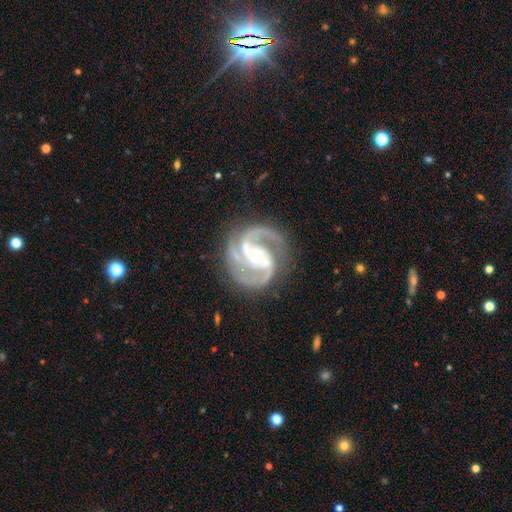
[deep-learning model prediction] A featured or disk galaxy (93%) with a weak bar (36%), 2 (71%) medium (57%) spiral arms (99%) and a moderate central bulge (58%).

Vote fractions:
- Smooth or featured? featured or disk: 93% / star or artifact: 4% / smooth: 2%
- Edge-on disk? no: 98% / yes: 2%
- Bar? weak: 36% / strong: 35% / no: 29%
- Spiral arms? yes: 99% / no: 1%
- Spiral winding? medium: 57% / tight: 35% / loose: 8%
- Spiral arm count? 2: 71% / 3: 19% / can't tell: 3% / 4: 2% / 1: 2% / more than 4: 2%
- Bulge size? moderate: 58% / small: 37% / large: 3% / none: 1% / dominant: 1%
- Merging? none: 78% / minor disturbance: 14% / major disturbance: 6% / merger: 2%